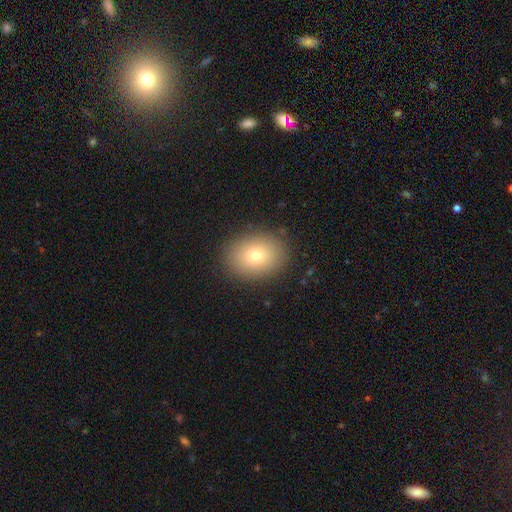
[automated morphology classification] smooth_or_featured: smooth (p=0.76) [alt: featured or disk p=0.12]
how_rounded: round (p=0.50) [alt: in between p=0.49]
merging: none (p=0.88) [alt: minor disturbance p=0.08]